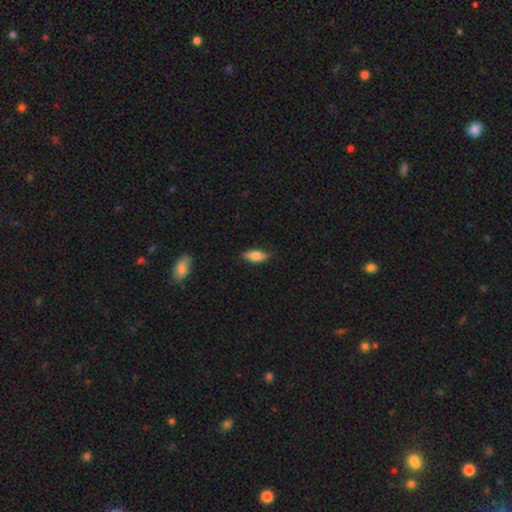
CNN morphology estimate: Smooth or featured? Predicted: smooth (p=0.78). How rounded? Predicted: in between (p=0.84). Merging? Predicted: none (p=0.82).